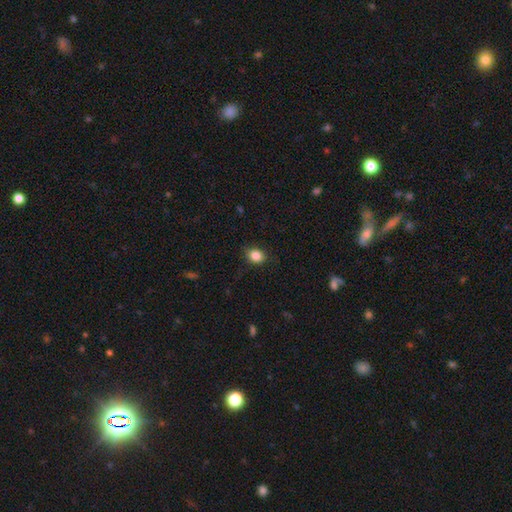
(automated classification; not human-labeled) The model was most divided on "how rounded": round: 51%, in between: 48%, cigar-shaped: 1%. More confident: smooth or featured — smooth (86%); merging — none (84%).